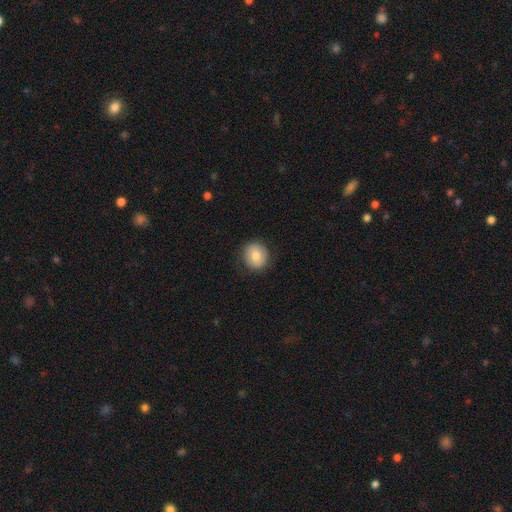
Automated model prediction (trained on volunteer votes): smooth 76%, featured or disk 17%, star or artifact 8%. Down the decision tree: how rounded — round (83%); merging — none (87%).